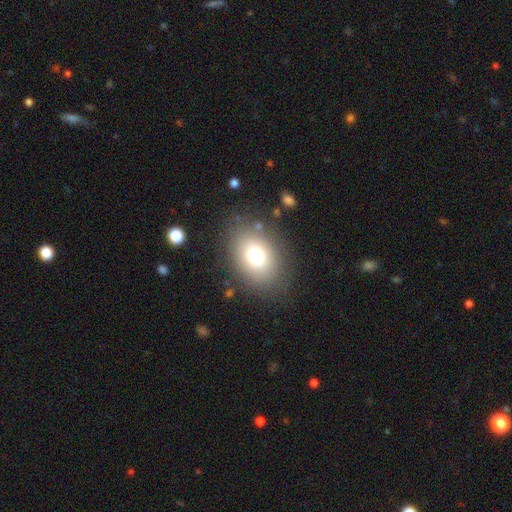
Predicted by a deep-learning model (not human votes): Morphology: type=smooth (73%); roundness=in between (60%); merging=none (82%).